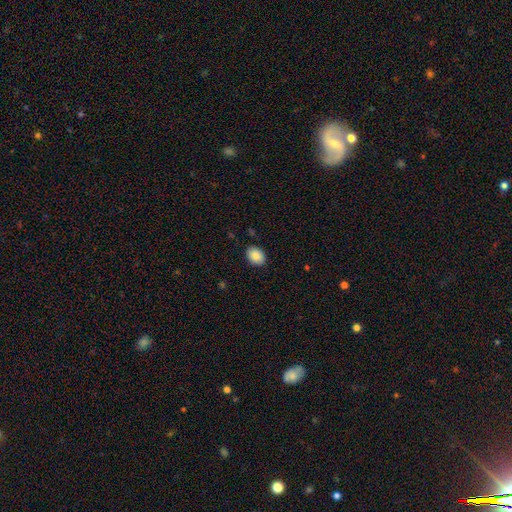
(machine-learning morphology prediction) Q: Smooth or featured?
A: smooth (88%); runner-up: star or artifact (7%)
Q: How rounded?
A: in between (71%); runner-up: round (28%)
Q: Merging?
A: none (88%); runner-up: minor disturbance (9%)